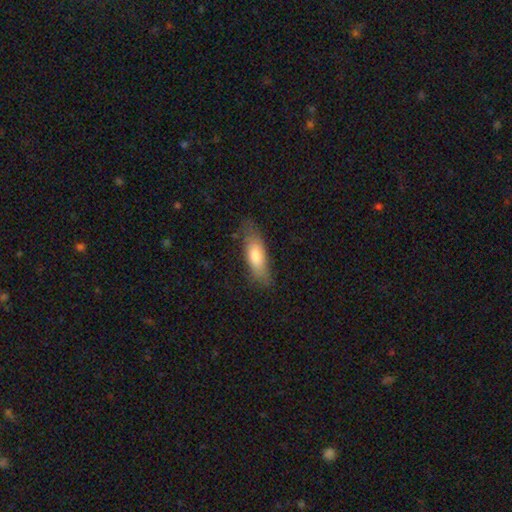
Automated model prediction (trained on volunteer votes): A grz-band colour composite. It shows a smooth galaxy with no disk features (74%) that is in between round and cigar-shaped (59%). Merging: none (71%).